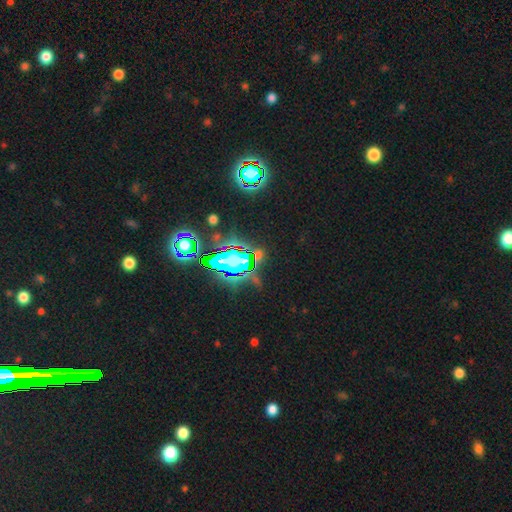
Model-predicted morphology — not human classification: Smooth or featured? Predicted: star or artifact (p=0.75).